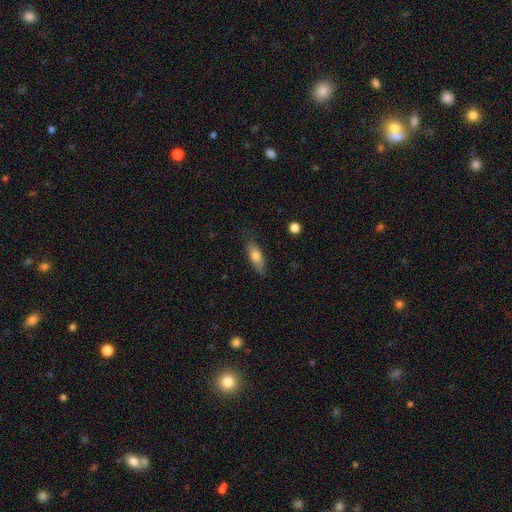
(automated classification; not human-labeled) Morphology: type=smooth (68%); roundness=in between (62%); merging=none (78%).